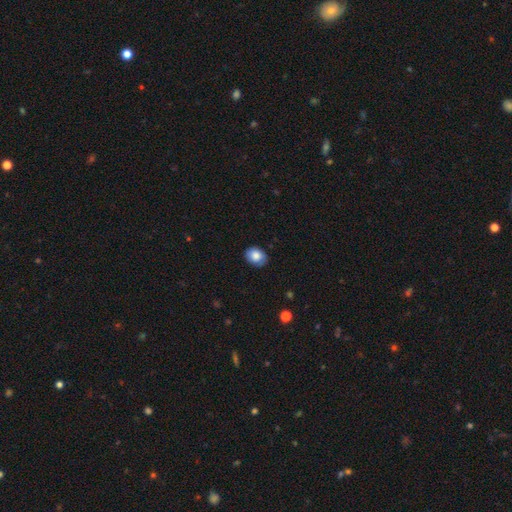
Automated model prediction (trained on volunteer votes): This is clearly a smooth galaxy (83%). How rounded: possibly in between (60%). Merging: clearly none (82%).